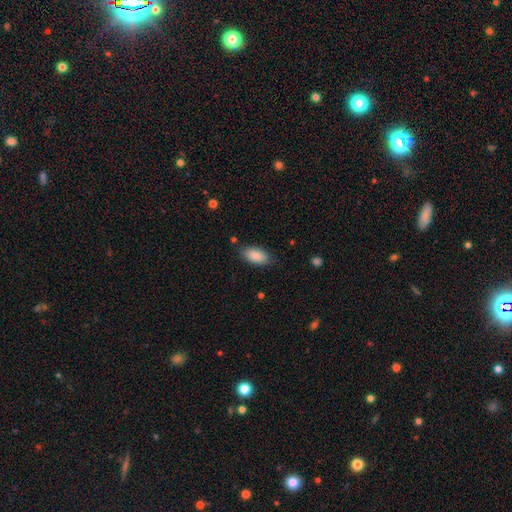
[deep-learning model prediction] This appears to be a smooth galaxy with no disk features (89%) that is in between round and cigar-shaped (92%). Merging: none (81%).